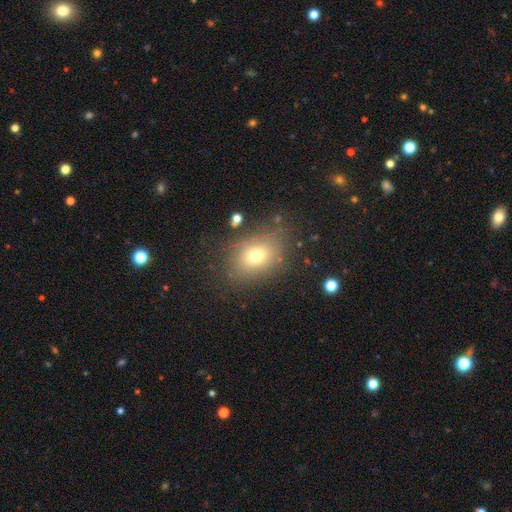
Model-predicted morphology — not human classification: smooth_or_featured: smooth (p=0.71) [alt: star or artifact p=0.15]
how_rounded: in between (p=0.63) [alt: round p=0.35]
merging: none (p=0.77) [alt: minor disturbance p=0.14]